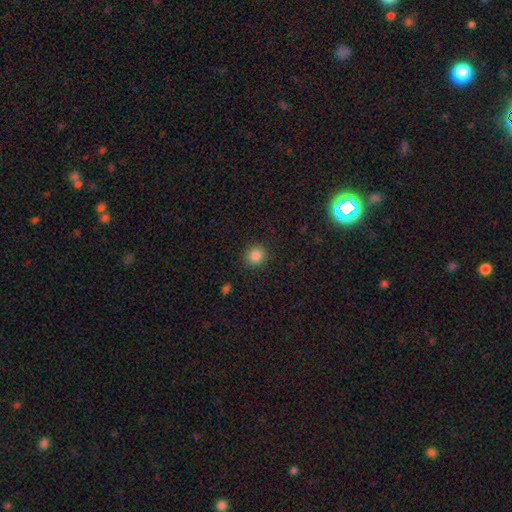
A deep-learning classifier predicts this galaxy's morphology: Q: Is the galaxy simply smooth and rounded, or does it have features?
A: smooth — 86%.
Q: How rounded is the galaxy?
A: round — 88%.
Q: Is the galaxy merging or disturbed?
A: none — 89%.